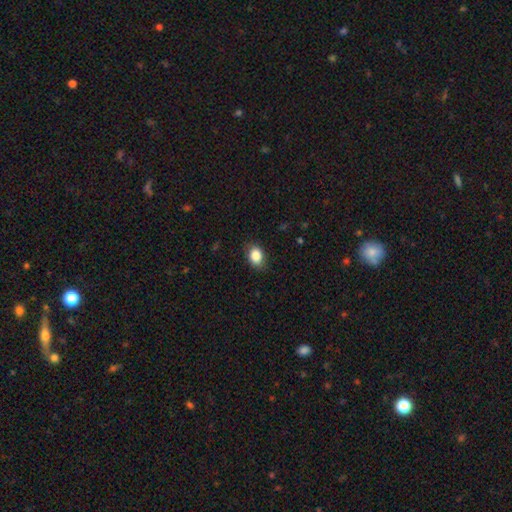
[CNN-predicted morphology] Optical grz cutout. It shows a smooth galaxy with no disk features (85%) that is in between round and cigar-shaped (65%). Merging: none (81%).